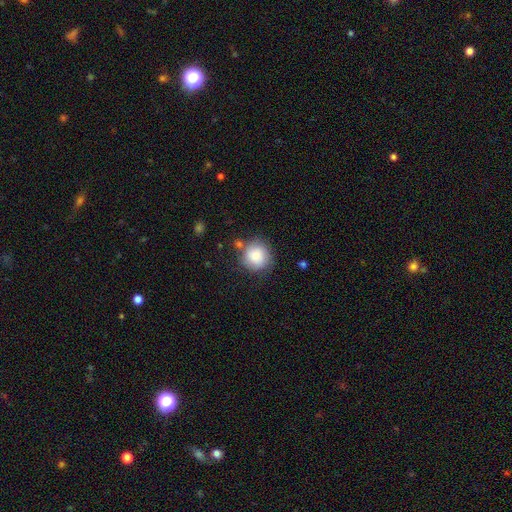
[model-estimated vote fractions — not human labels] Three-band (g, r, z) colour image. It shows a smooth galaxy with no disk features (79%) that is round (90%). Merging: none (70%).